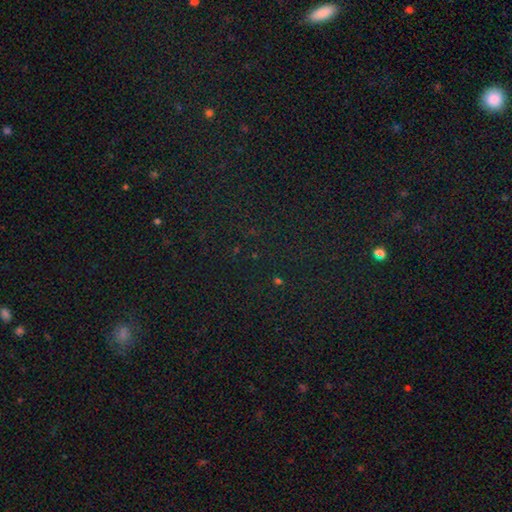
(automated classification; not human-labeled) smooth-or-featured: star or artifact: 77% | smooth: 15% | featured or disk: 8%